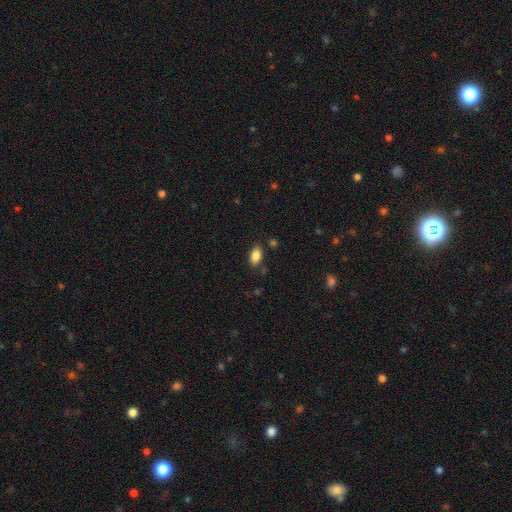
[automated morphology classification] A smooth galaxy with no disk features (86%) that is in between round and cigar-shaped (91%). Merging: none (83%).